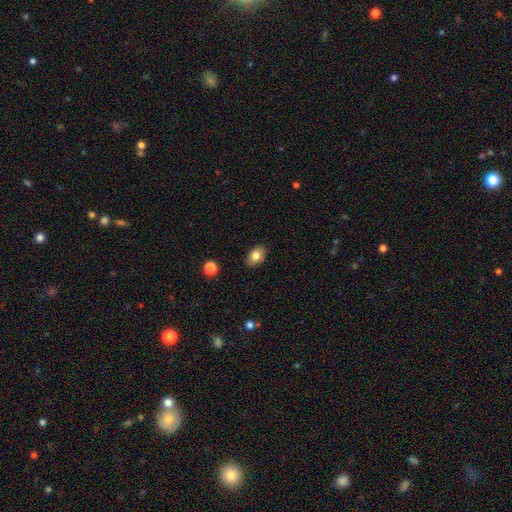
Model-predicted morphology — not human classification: type=smooth (81%); roundness=in between (83%); merging=none (87%).